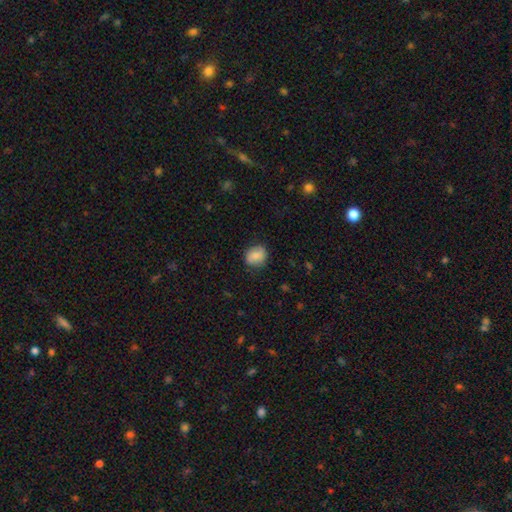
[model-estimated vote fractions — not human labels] This appears to be a smooth galaxy with no disk features (83%) that is round (61%). Merging: none (78%).